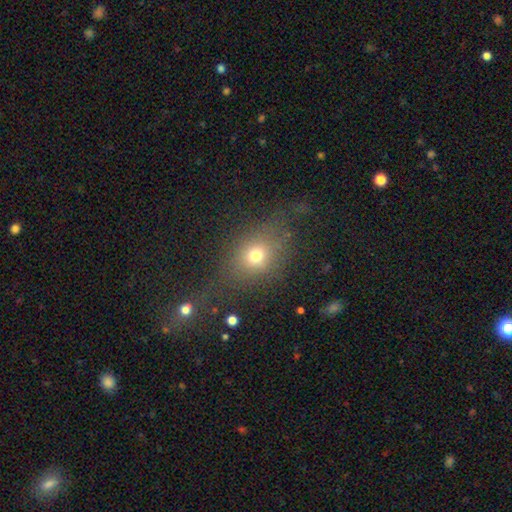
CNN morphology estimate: Smooth or featured: smooth — 68% (star or artifact — 18%)
How rounded: in between — 50% (round — 48%)
Merging: none — 67% (minor disturbance — 15%)